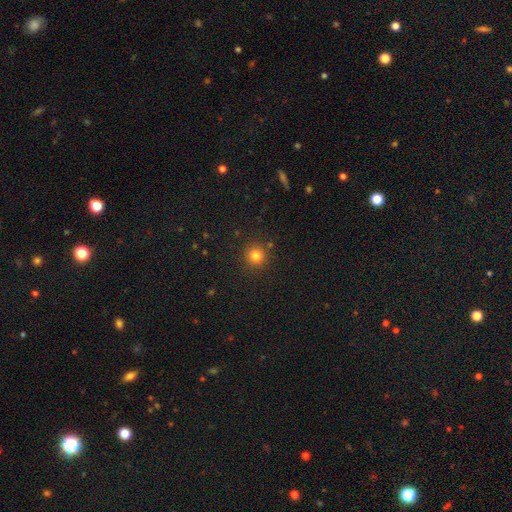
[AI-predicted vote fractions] smooth-or-featured: smooth: 81% | star or artifact: 14% | featured or disk: 5%
  how-rounded: round: 94% | in between: 5% | cigar-shaped: 1%
  merging: none: 89% | minor disturbance: 7% | major disturbance: 2% | merger: 2%